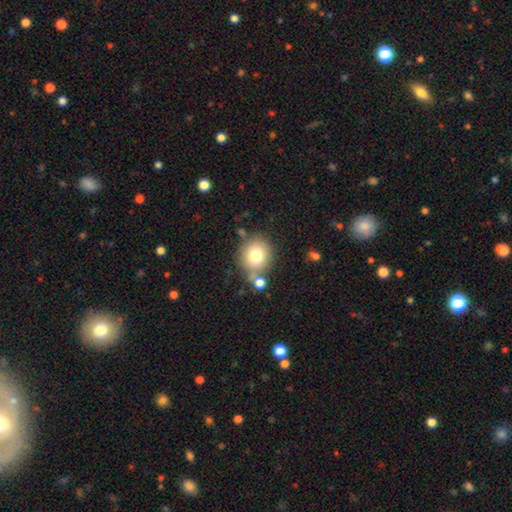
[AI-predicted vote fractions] Smooth or featured? Predicted: smooth (p=0.76). How rounded? Predicted: round (p=0.83). Merging? Predicted: none (p=0.67).